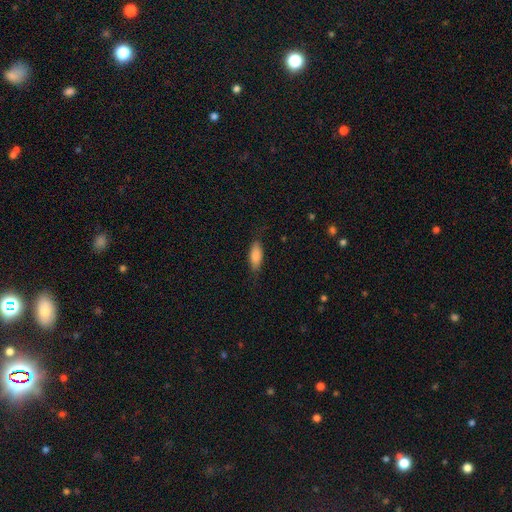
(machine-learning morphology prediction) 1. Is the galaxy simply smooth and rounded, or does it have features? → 84% smooth, 10% featured or disk, 6% star or artifact.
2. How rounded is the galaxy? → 73% in between, 25% cigar-shaped, 2% round.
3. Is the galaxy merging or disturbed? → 79% none, 16% minor disturbance, 4% major disturbance, 1% merger.